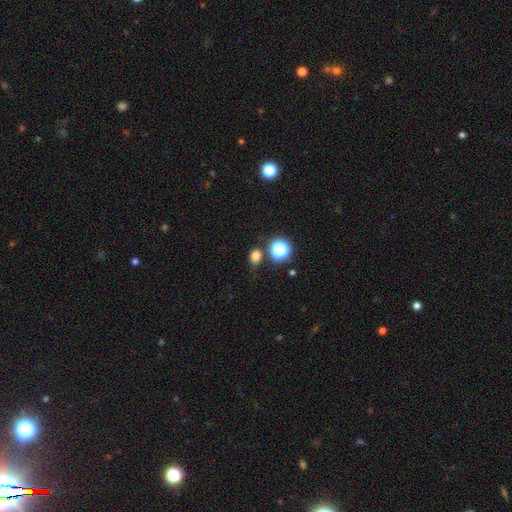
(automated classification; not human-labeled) Morphology: type=smooth (75%); roundness=in between (52%); merging=none (77%).